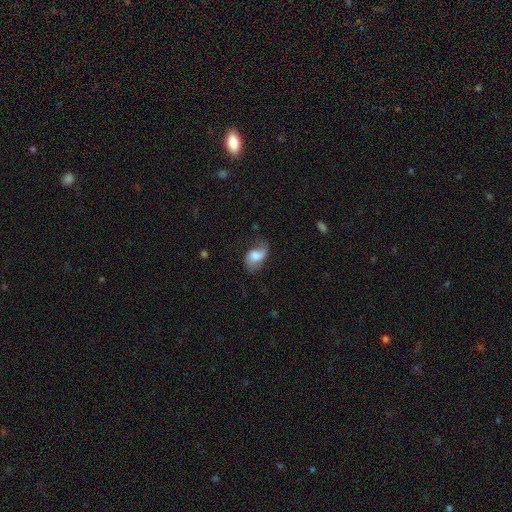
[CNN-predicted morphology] Overall: featured or disk (48%; smooth 44%). Merging: none (50%; minor disturbance 29%).